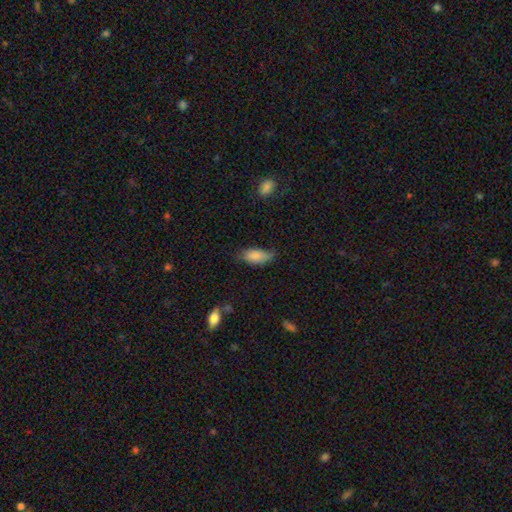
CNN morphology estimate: This appears to be a smooth galaxy with no disk features (83%) that is in between round and cigar-shaped (87%). Merging: none (55%).